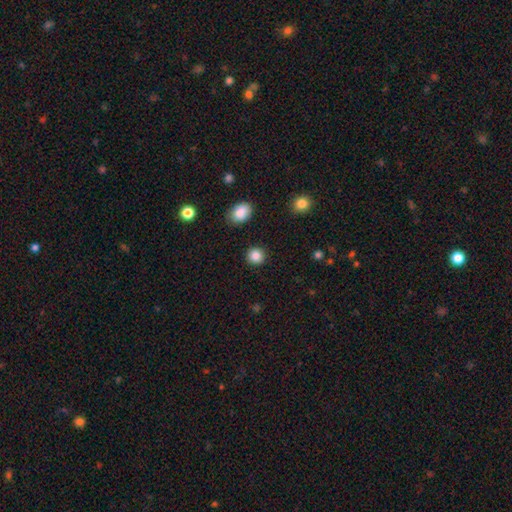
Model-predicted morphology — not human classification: This appears to be a smooth galaxy with no disk features (86%) that is round (90%). Merging: none (91%).